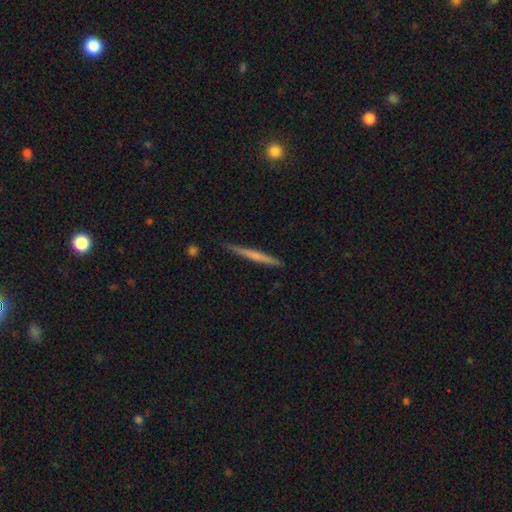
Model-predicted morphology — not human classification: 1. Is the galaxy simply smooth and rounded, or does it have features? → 48% smooth, 46% featured or disk, 6% star or artifact.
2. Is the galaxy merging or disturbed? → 87% none, 10% minor disturbance, 2% major disturbance, 1% merger.